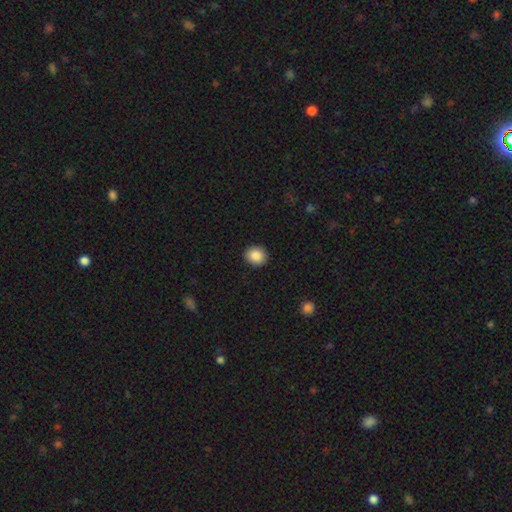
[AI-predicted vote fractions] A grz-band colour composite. It shows a smooth galaxy with no disk features (88%) that is round (76%). Merging: none (91%).